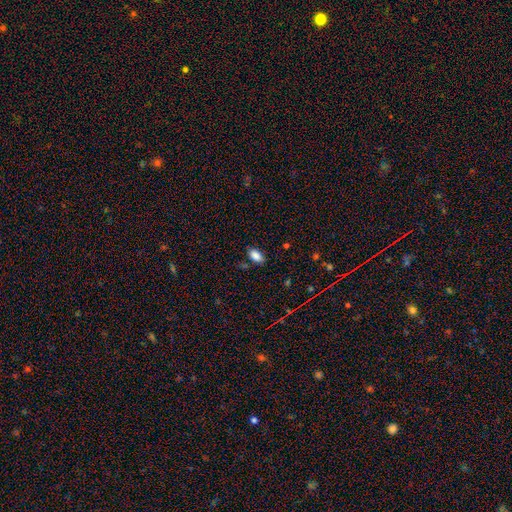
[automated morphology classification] Smooth or featured?
  - smooth: 86% *
  - star or artifact: 10%
  - featured or disk: 4%
How rounded?
  - in between: 92% *
  - round: 4%
  - cigar-shaped: 4%
Merging?
  - none: 83% *
  - minor disturbance: 12%
  - major disturbance: 3%
  - merger: 2%